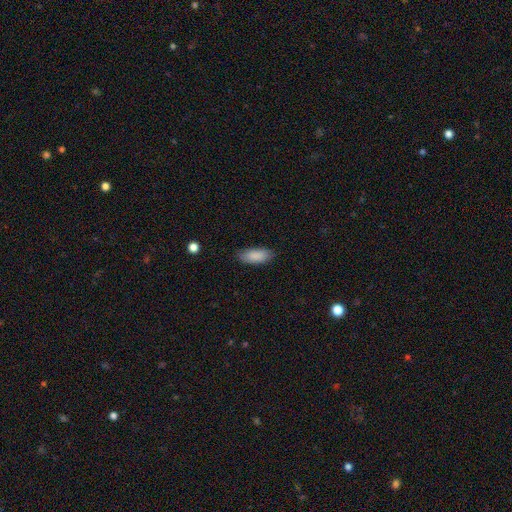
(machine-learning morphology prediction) Smooth or featured?
  - smooth: 88% *
  - star or artifact: 6%
  - featured or disk: 6%
How rounded?
  - in between: 82% *
  - cigar-shaped: 16%
  - round: 2%
Merging?
  - none: 85% *
  - minor disturbance: 11%
  - major disturbance: 2%
  - merger: 1%